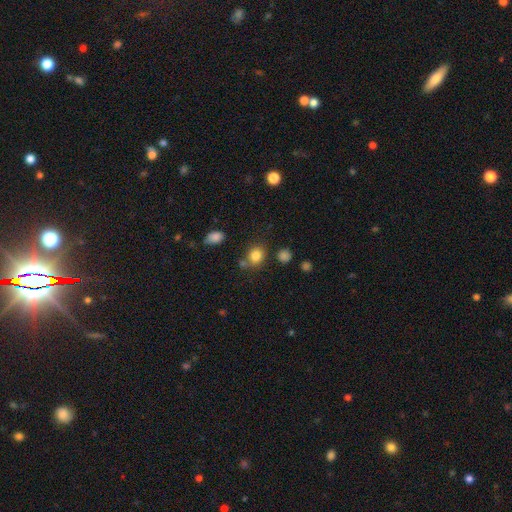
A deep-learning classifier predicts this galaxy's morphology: smooth 81%, star or artifact 12%, featured or disk 7%. Down the decision tree: how rounded — round (70%); merging — none (72%).